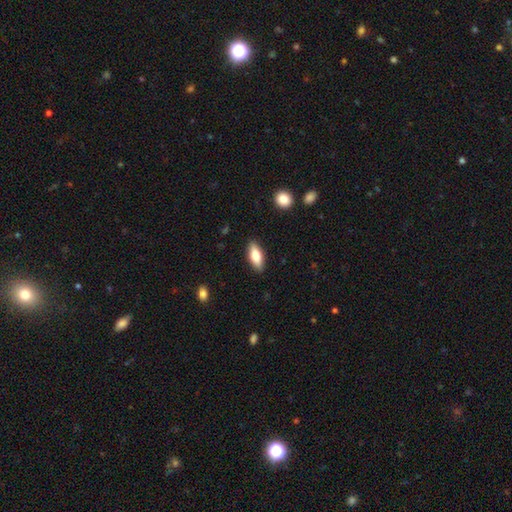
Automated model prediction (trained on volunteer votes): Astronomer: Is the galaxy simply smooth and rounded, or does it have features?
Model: smooth — 72%.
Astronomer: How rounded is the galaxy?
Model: in between — 76%.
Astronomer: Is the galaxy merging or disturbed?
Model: none — 88%.